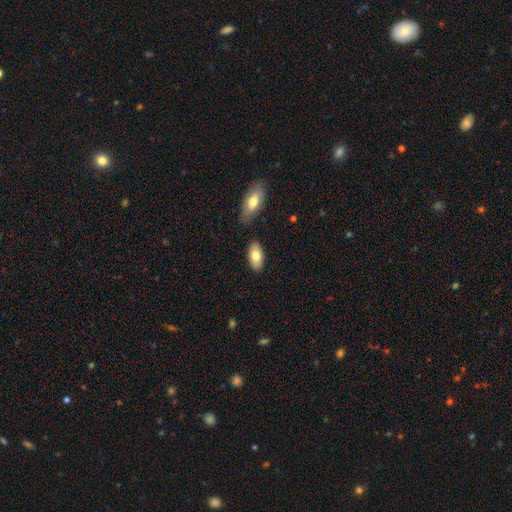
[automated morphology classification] smooth_or_featured: smooth (p=0.76) [alt: featured or disk p=0.18]
how_rounded: in between (p=0.93) [alt: cigar-shaped p=0.04]
merging: none (p=0.82) [alt: minor disturbance p=0.11]